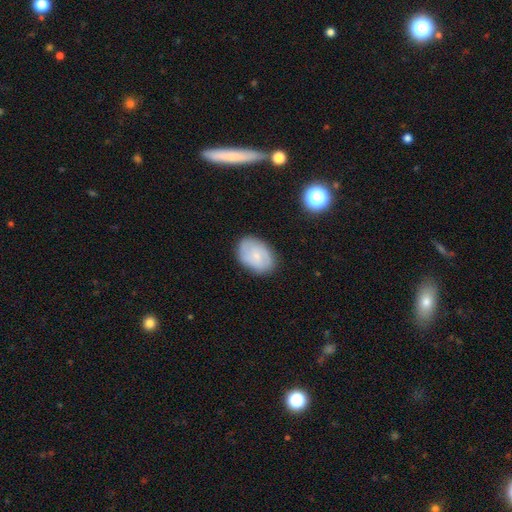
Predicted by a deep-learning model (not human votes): Smooth or featured: smooth — 54% (featured or disk — 38%)
How rounded: in between — 78% (round — 21%)
Merging: none — 82% (minor disturbance — 14%)